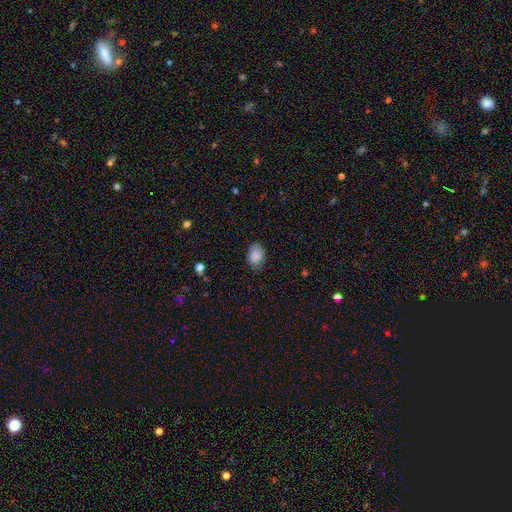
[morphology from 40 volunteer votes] Q: Smooth or featured?
A: smooth (78%); runner-up: star or artifact (12%)
Q: How rounded?
A: in between (74%); runner-up: round (26%)
Q: Merging?
A: none (66%); runner-up: minor disturbance (29%)